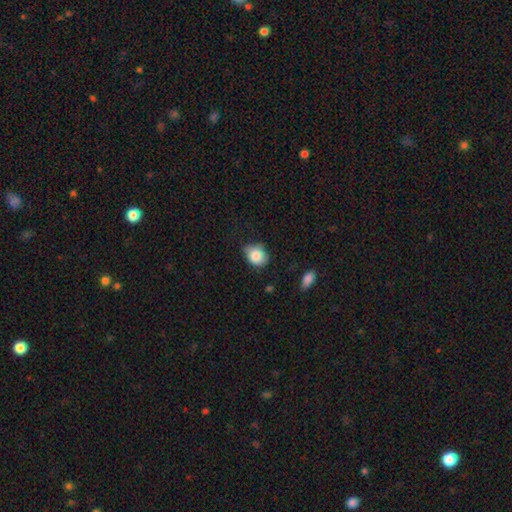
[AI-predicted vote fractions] Smooth or featured? Predicted: smooth (p=0.85). How rounded? Predicted: round (p=0.50). Merging? Predicted: none (p=0.60).